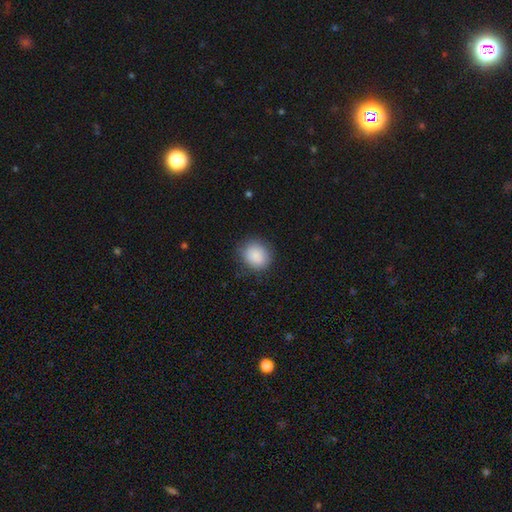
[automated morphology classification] A smooth galaxy with no disk features (88%) that is round (74%).

Vote fractions:
- Smooth or featured? smooth: 88% / star or artifact: 8% / featured or disk: 4%
- How rounded? round: 74% / in between: 25% / cigar-shaped: 1%
- Merging? none: 82% / minor disturbance: 13% / major disturbance: 4% / merger: 1%